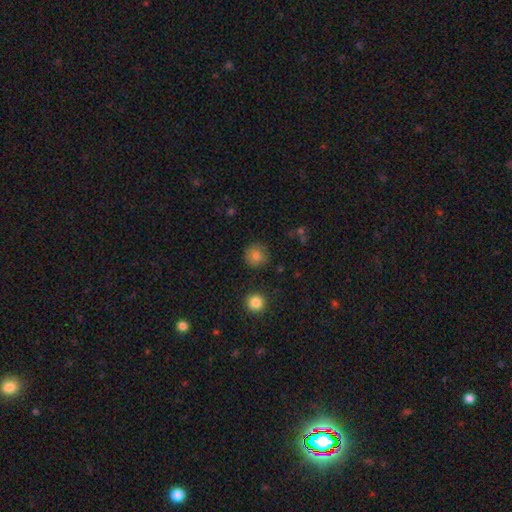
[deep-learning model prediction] smooth 82%, star or artifact 11%, featured or disk 7%. Down the decision tree: how rounded — round (93%); merging — none (85%).